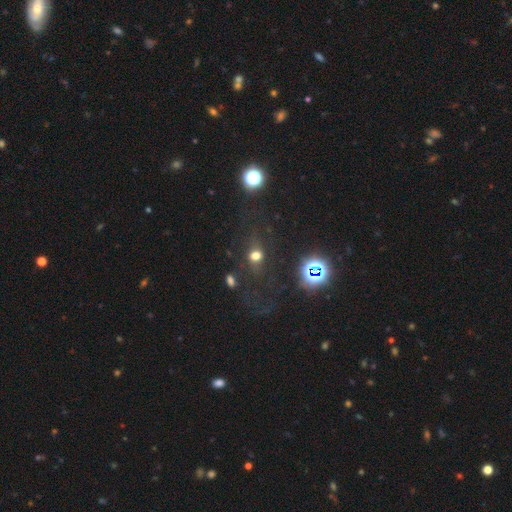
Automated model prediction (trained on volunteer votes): smooth_or_featured: smooth (p=0.54) [alt: star or artifact p=0.30]
how_rounded: round (p=0.54) [alt: in between p=0.42]
merging: none (p=0.63) [alt: minor disturbance p=0.16]